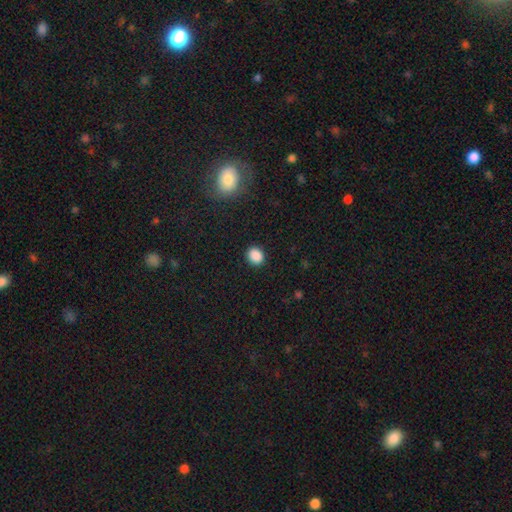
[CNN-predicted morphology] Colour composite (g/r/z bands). It shows a smooth galaxy with no disk features (88%) that is round (61%). Merging: none (89%).